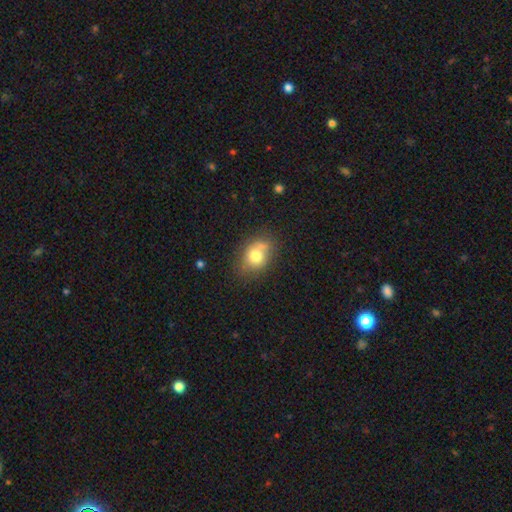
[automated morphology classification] The model was most divided on "how rounded": round: 51%, in between: 48%, cigar-shaped: 1%. More confident: smooth or featured — smooth (74%); merging — none (51%).